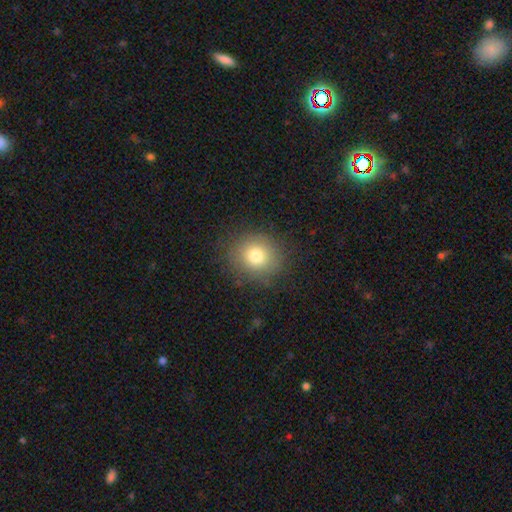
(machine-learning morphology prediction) This is likely a smooth galaxy (77%). How rounded: clearly round (81%). Merging: clearly none (84%).